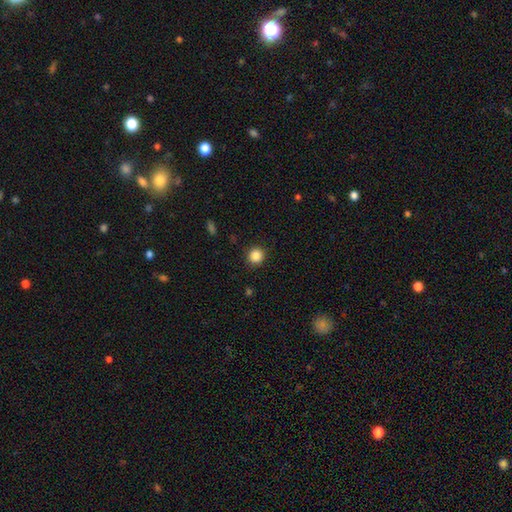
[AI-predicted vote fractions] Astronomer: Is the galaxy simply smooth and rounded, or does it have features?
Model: smooth — 86%.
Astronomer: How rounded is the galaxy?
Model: round — 91%.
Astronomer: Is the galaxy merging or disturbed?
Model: none — 91%.